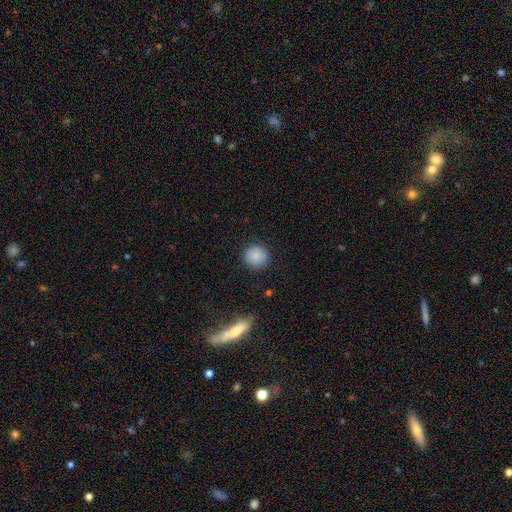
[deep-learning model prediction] Smooth or featured: smooth — 85% (star or artifact — 9%)
How rounded: round — 92% (in between — 7%)
Merging: none — 90% (minor disturbance — 7%)